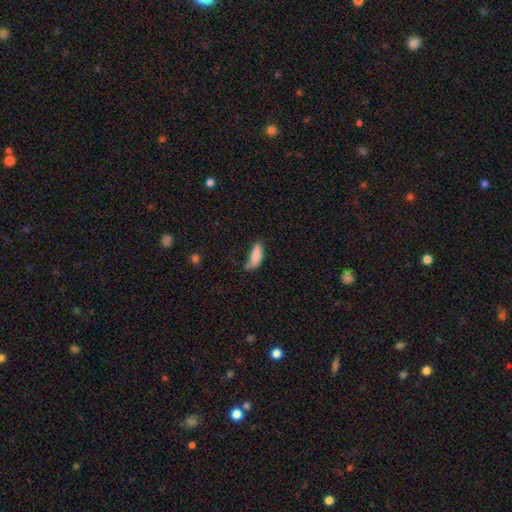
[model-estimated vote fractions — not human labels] Overall: smooth (85%). How rounded: in between (74%). Merging: none (50%; minor disturbance 33%).